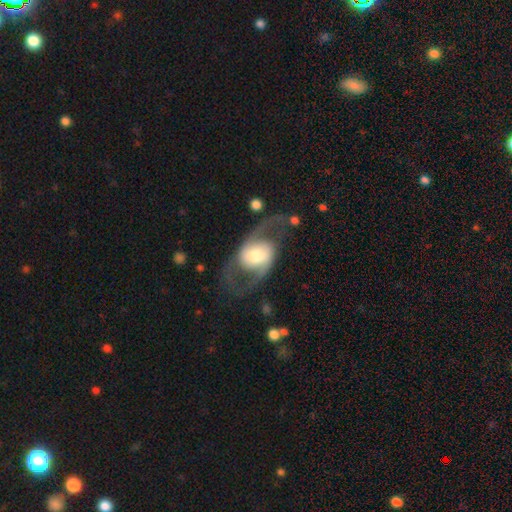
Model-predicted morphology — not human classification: A featured or disk galaxy (74%) with no bar (60%), 2 (89%) medium (46%) spiral arms (74%) and a moderate central bulge (50%). Merging: none (64%).